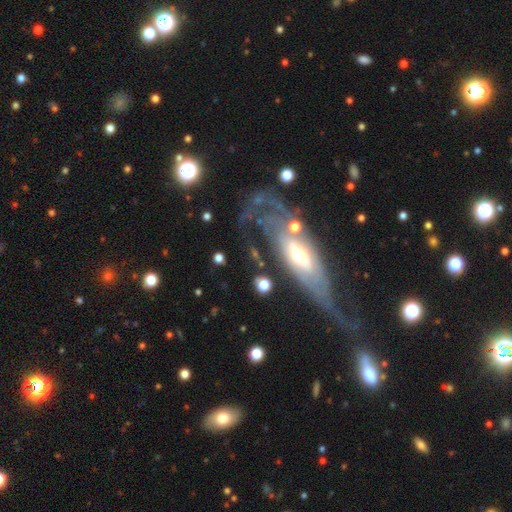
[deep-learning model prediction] Smooth or featured? featured or disk (71%)
Edge-on disk? no (70%)
Bar? no (66%)
Spiral arms? yes (71%)
Bulge size? moderate (57%)
Merging? none (44%)